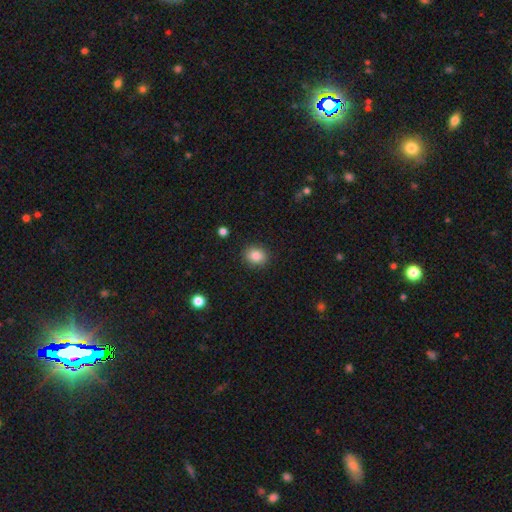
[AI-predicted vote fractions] This appears to be a smooth galaxy with no disk features (85%) that is round (64%). Merging: none (89%).